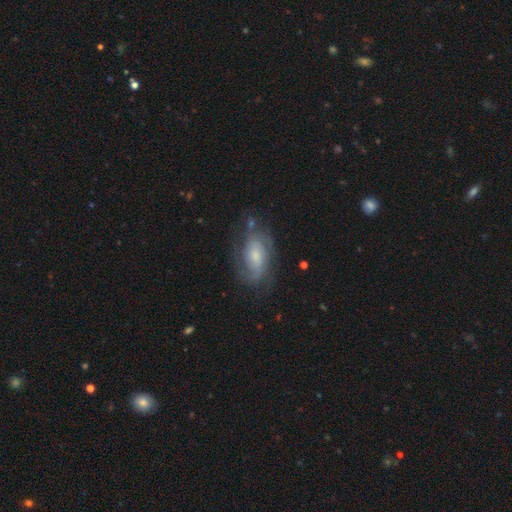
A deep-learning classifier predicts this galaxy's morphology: A featured or disk galaxy (69%) with no bar (58%), 2 (51%) medium (42%) spiral arms (88%) and a small central bulge (44%). Merging: none (64%).